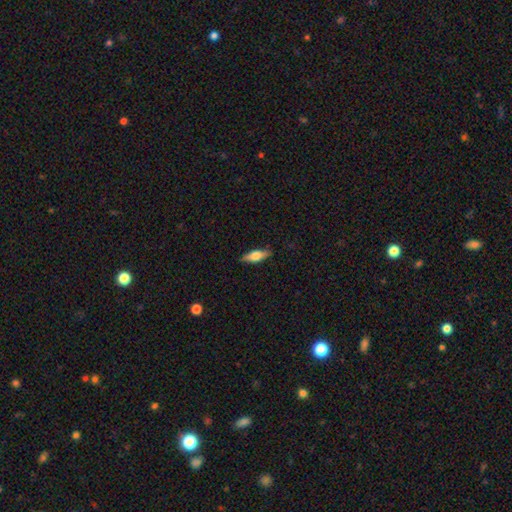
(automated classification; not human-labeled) Overall: smooth (56%; featured or disk 38%). How rounded: in between (56%; cigar-shaped 41%). Merging: none (87%).